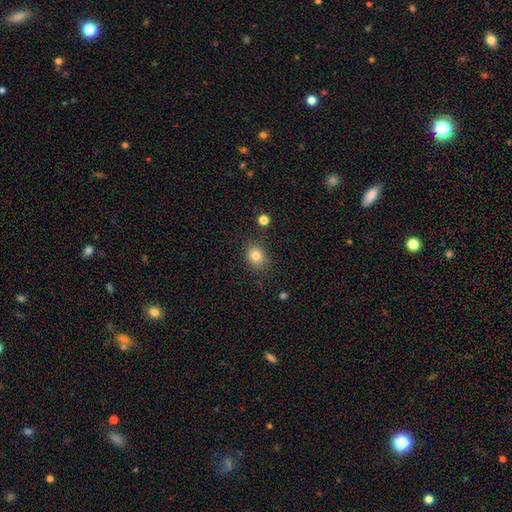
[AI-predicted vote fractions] Q: Smooth or featured?
A: smooth (82%); runner-up: star or artifact (12%)
Q: How rounded?
A: round (63%); runner-up: in between (36%)
Q: Merging?
A: none (81%); runner-up: minor disturbance (12%)